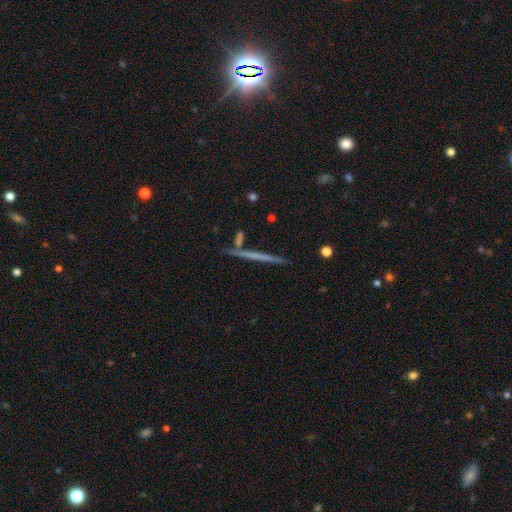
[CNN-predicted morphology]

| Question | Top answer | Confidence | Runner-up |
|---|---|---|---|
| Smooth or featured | featured or disk | 54% | smooth (39%) |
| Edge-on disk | yes | 97% | no (3%) |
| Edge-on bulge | none | 89% | rounded (8%) |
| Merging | none | 87% | minor disturbance (7%) |